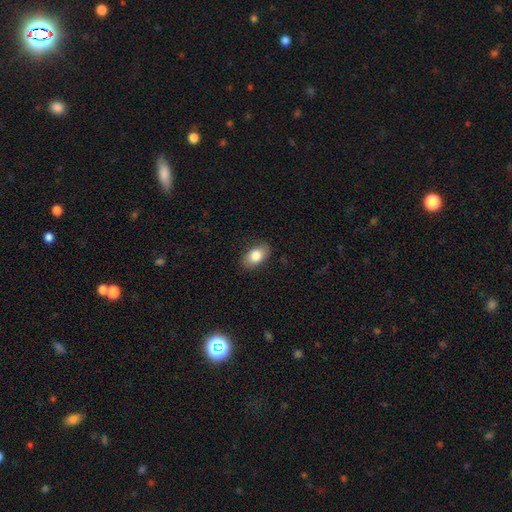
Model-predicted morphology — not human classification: Smooth or featured? smooth (82%)
How rounded? in between (89%)
Merging? none (86%)